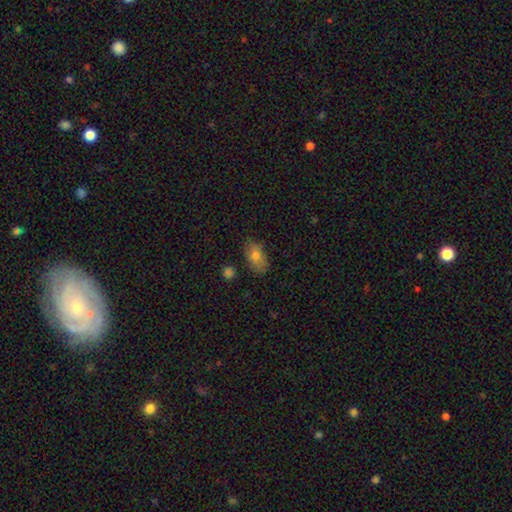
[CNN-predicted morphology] A smooth galaxy with no disk features (77%) that is in between round and cigar-shaped (89%).

Vote fractions:
- Smooth or featured? smooth: 77% / featured or disk: 14% / star or artifact: 9%
- How rounded? in between: 89% / round: 8% / cigar-shaped: 3%
- Merging? none: 78% / minor disturbance: 16% / major disturbance: 3% / merger: 3%